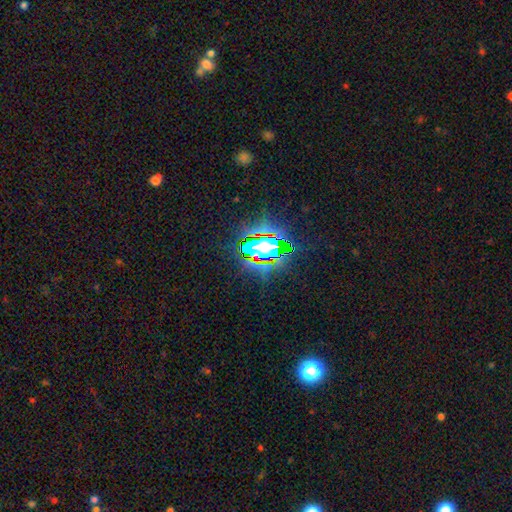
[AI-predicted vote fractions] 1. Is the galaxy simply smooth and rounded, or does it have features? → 68% star or artifact, 19% smooth, 14% featured or disk.